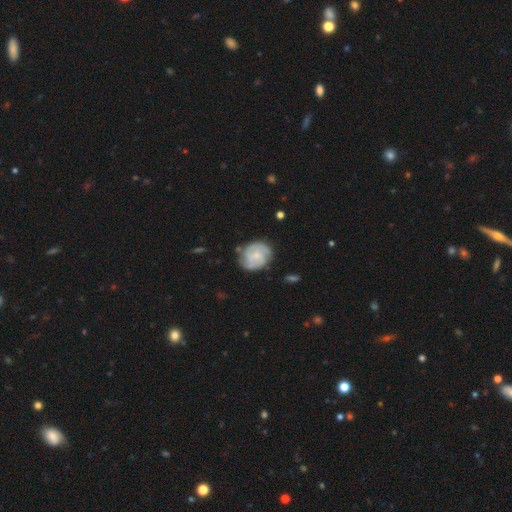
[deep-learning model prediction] Morphology: type=featured or disk (74%); edge-on=no (98%); bar=no (59%); spiral arms=yes (94%); winding=tight (51%); arm count=2 (42%); bulge=small (62%); merging=none (73%).